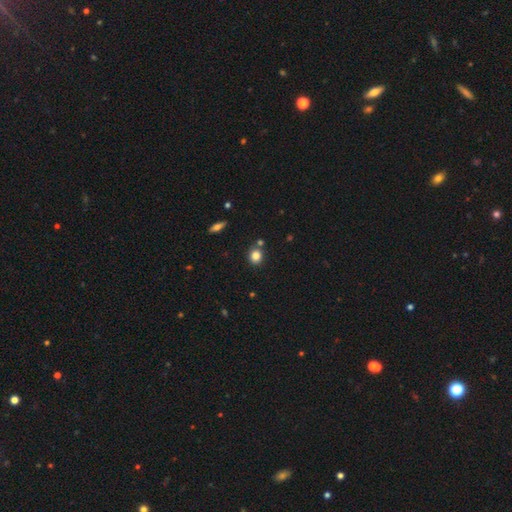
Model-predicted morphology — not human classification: smooth_or_featured: smooth (p=0.82) [alt: star or artifact p=0.11]
how_rounded: round (p=0.77) [alt: in between p=0.22]
merging: none (p=0.78) [alt: merger p=0.10]